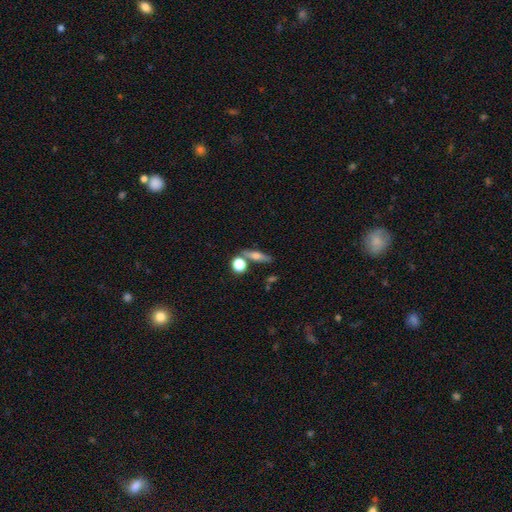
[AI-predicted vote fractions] Morphology: type=smooth (49%); merging=none (73%).